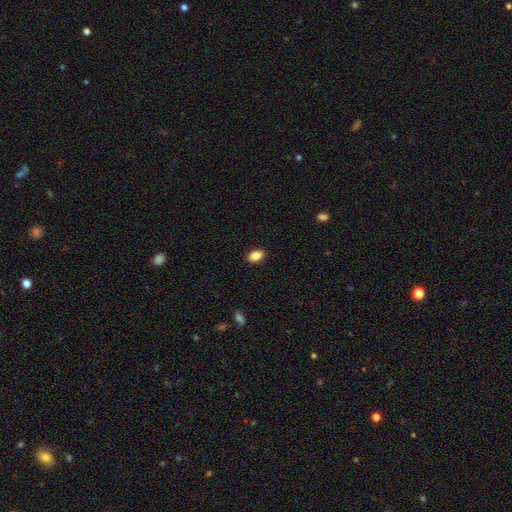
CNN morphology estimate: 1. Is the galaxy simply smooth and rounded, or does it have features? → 86% smooth, 8% star or artifact, 6% featured or disk.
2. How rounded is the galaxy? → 87% in between, 11% round, 2% cigar-shaped.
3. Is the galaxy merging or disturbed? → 90% none, 7% minor disturbance, 2% major disturbance, 1% merger.